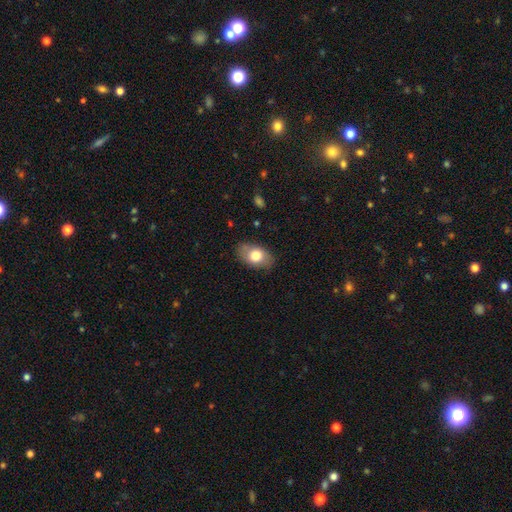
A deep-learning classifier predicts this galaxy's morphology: Overall: smooth (74%). How rounded: in between (88%). Merging: none (81%).